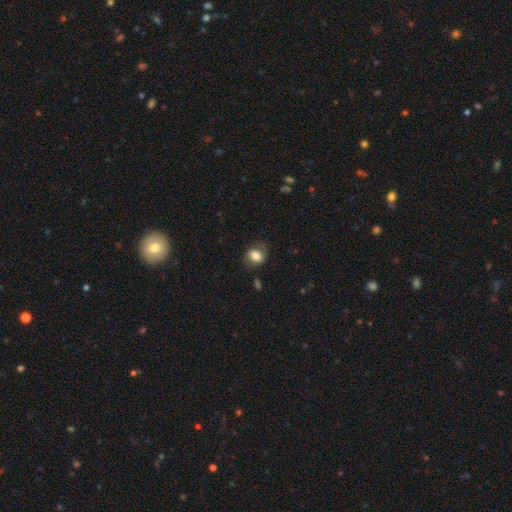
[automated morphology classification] smooth_or_featured: smooth (p=0.79) [alt: featured or disk p=0.13]
how_rounded: in between (p=0.61) [alt: round p=0.38]
merging: none (p=0.71) [alt: minor disturbance p=0.19]